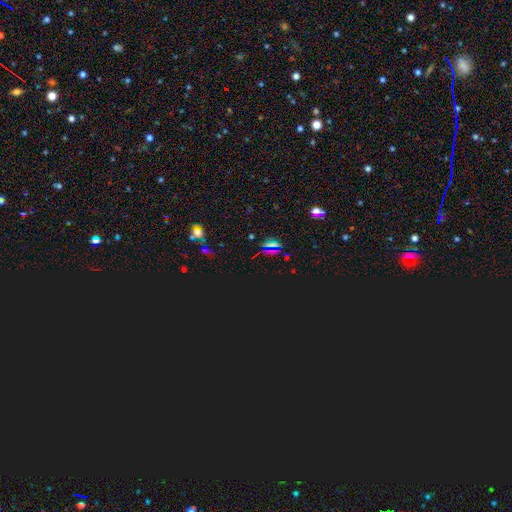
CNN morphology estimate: Q: Smooth or featured?
A: star or artifact (72%); runner-up: smooth (18%)